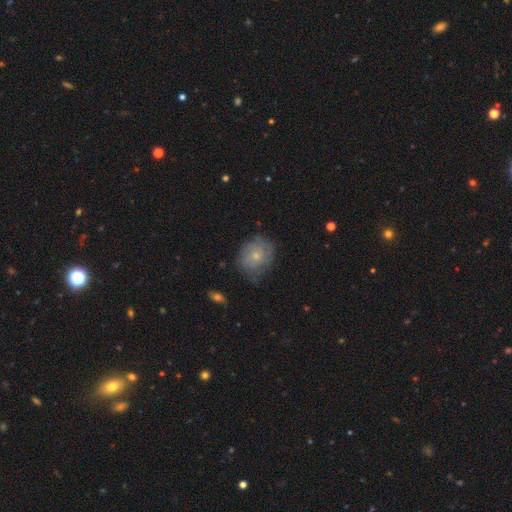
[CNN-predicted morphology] smooth 49%, featured or disk 42%, star or artifact 8%. Down the decision tree: merging — none (61%).